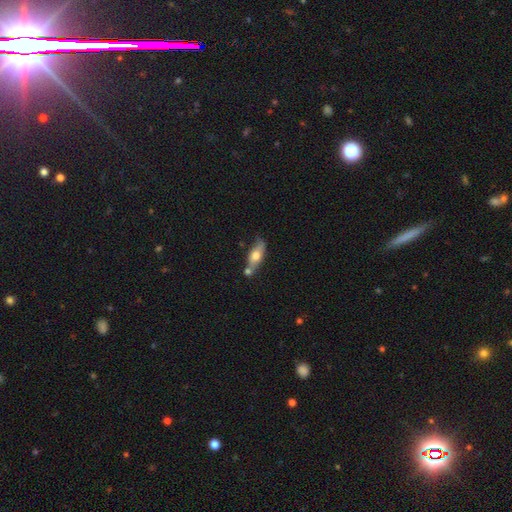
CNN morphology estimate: Smooth or featured?
  - smooth: 60% *
  - featured or disk: 34%
  - star or artifact: 6%
How rounded?
  - in between: 62% *
  - cigar-shaped: 34%
  - round: 4%
Merging?
  - none: 58% *
  - merger: 21%
  - minor disturbance: 17%
  - major disturbance: 4%